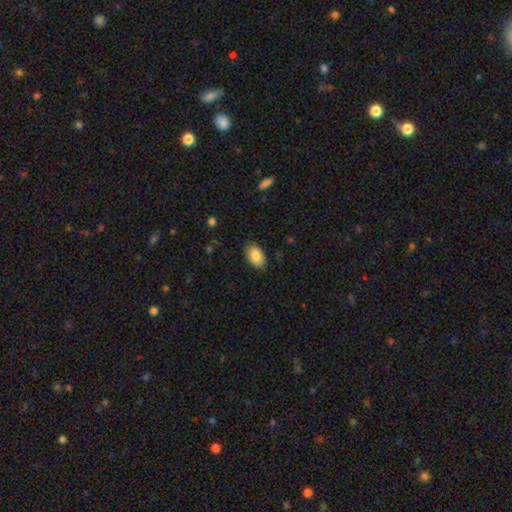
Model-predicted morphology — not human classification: smooth-or-featured: smooth: 85% | featured or disk: 8% | star or artifact: 7%
  how-rounded: in between: 94% | round: 5% | cigar-shaped: 1%
  merging: none: 87% | minor disturbance: 10% | major disturbance: 2% | merger: 1%